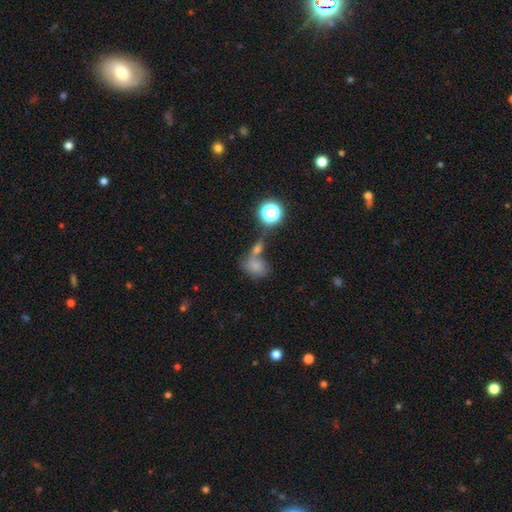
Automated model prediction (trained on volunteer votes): A smooth galaxy with no disk features (50%) that is round (49%).

Vote fractions:
- Smooth or featured? smooth: 50% / star or artifact: 34% / featured or disk: 16%
- How rounded? round: 49% / in between: 47% / cigar-shaped: 4%
- Merging? none: 46% / merger: 30% / minor disturbance: 14% / major disturbance: 9%